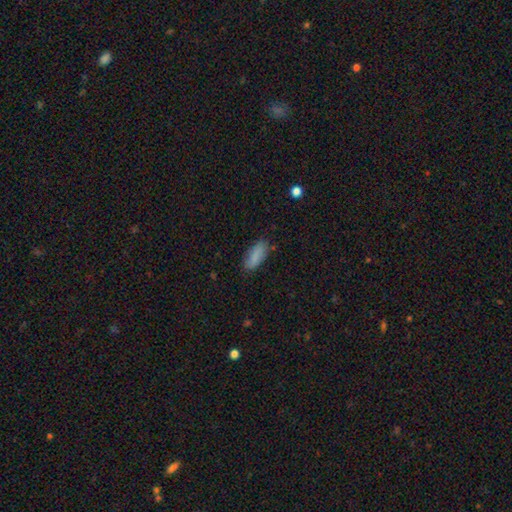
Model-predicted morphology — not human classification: Smooth or featured?
  - smooth: 86% *
  - featured or disk: 7%
  - star or artifact: 7%
How rounded?
  - in between: 80% *
  - cigar-shaped: 18%
  - round: 2%
Merging?
  - none: 81% *
  - minor disturbance: 15%
  - major disturbance: 3%
  - merger: 1%